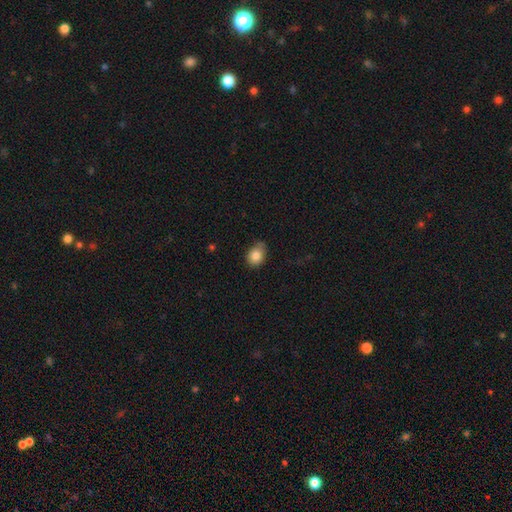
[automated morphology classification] Smooth or featured: smooth — 83% (star or artifact — 9%)
How rounded: in between — 64% (round — 35%)
Merging: none — 65% (minor disturbance — 29%)